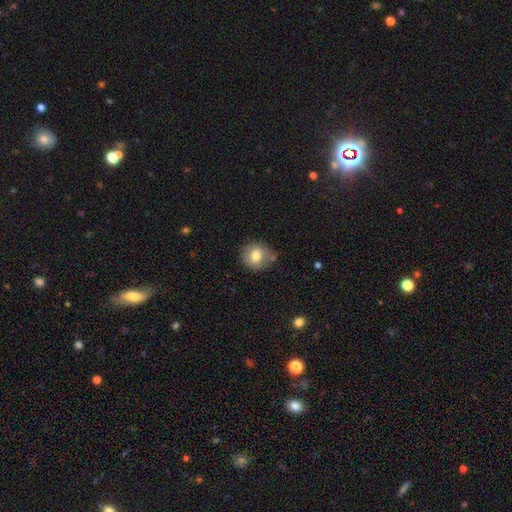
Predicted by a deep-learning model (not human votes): This appears to be a smooth galaxy with no disk features (76%) that is round (84%). Merging: none (73%).